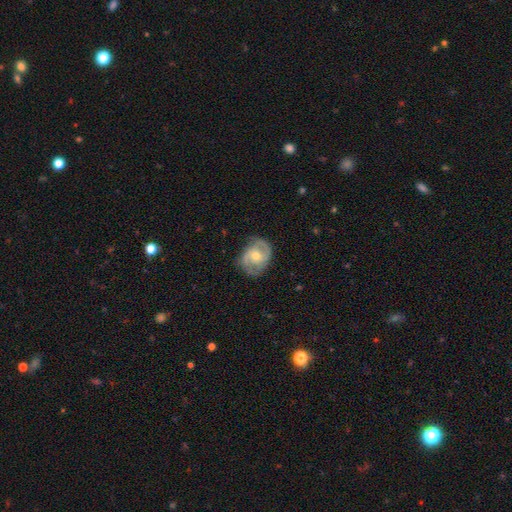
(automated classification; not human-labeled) Overall: featured or disk (80%). Edge-on disk: no (97%). Bar: no (57%; weak 34%). Spiral arms: yes (92%). Spiral arm count: 2 (83%). Spiral winding: medium (50%; tight 33%). Bulge size: moderate (54%; small 42%). Merging: none (74%).